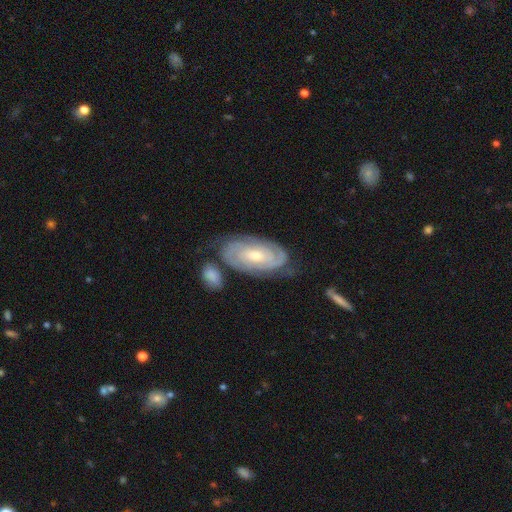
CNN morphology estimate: smooth-or-featured: featured or disk: 85% | smooth: 10% | star or artifact: 5%
  disk-edge-on: no: 95% | yes: 5%
    bar: no: 57% | weak: 33% | strong: 10%
    has-spiral-arms: yes: 96% | no: 4%
      spiral-winding: tight: 78% | medium: 18% | loose: 4%
      spiral-arm-count: 2: 46% | can't tell: 26% | 3: 15% | 4: 6% | 1: 4% | more than 4: 3%
    bulge-size: moderate: 56% | small: 39% | large: 3% | none: 1% | dominant: 1%
  merging: none: 68% | minor disturbance: 17% | merger: 9% | major disturbance: 6%